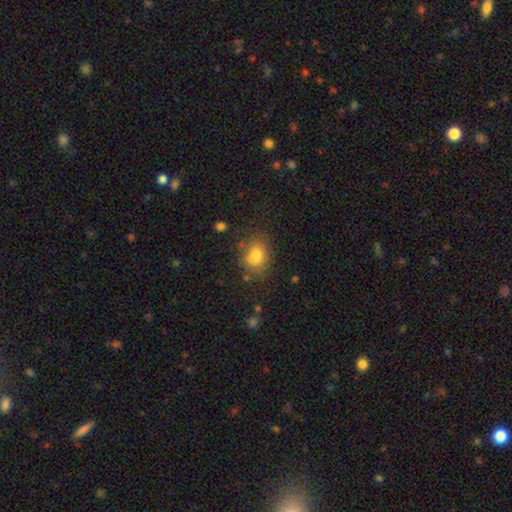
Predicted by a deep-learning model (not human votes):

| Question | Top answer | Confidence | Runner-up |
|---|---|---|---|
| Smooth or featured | smooth | 80% | star or artifact (11%) |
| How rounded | in between | 54% | round (45%) |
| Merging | none | 68% | minor disturbance (19%) |